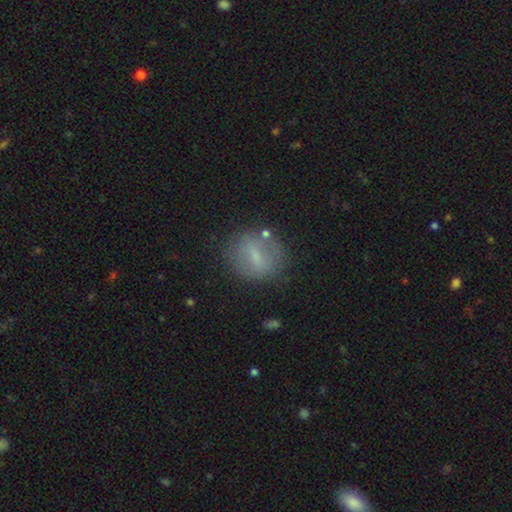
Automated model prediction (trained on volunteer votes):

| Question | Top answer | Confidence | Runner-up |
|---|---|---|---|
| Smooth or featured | smooth | 58% | featured or disk (32%) |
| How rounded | round | 61% | in between (36%) |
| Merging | none | 74% | minor disturbance (16%) |